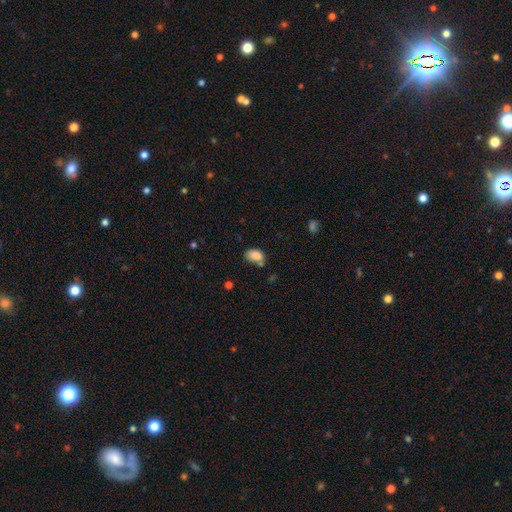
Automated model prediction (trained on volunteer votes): This is clearly a smooth galaxy (84%). How rounded: clearly in between (82%). Merging: possibly none (49%).